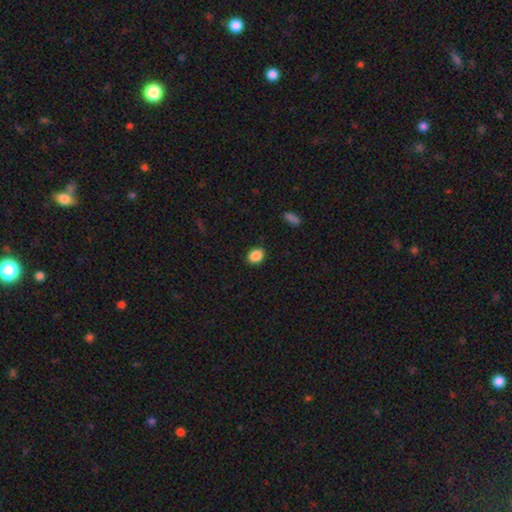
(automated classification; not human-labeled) A smooth galaxy with no disk features (88%) that is in between round and cigar-shaped (53%).

Vote fractions:
- Smooth or featured? smooth: 88% / star or artifact: 9% / featured or disk: 3%
- How rounded? in between: 53% / round: 46% / cigar-shaped: 1%
- Merging? none: 90% / minor disturbance: 7% / major disturbance: 2% / merger: 1%